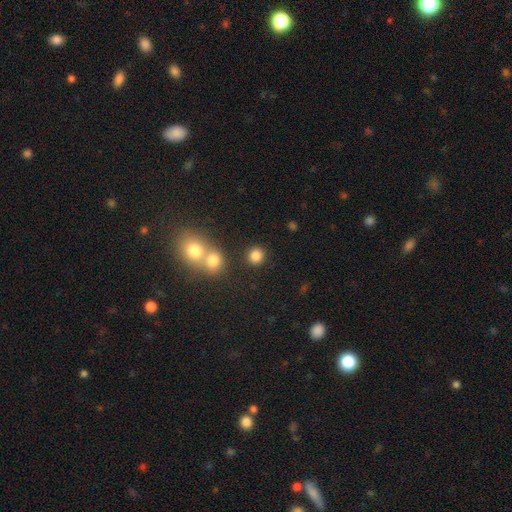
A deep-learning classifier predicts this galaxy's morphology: A smooth galaxy with no disk features (83%) that is round (89%). Merging: none (78%).